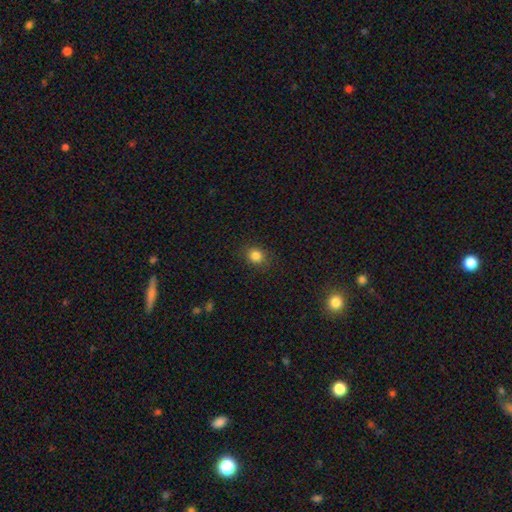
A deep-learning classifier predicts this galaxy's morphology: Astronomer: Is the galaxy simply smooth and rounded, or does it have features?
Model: smooth — 83%.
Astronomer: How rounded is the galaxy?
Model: round — 71%.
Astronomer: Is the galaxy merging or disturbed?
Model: none — 86%.